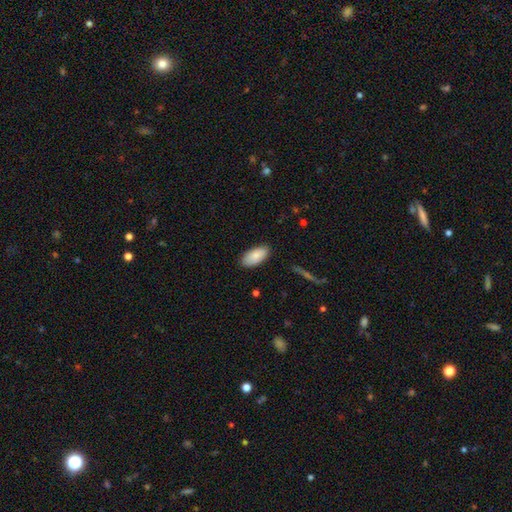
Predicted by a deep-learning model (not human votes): Q: Smooth or featured?
A: smooth (85%); runner-up: featured or disk (9%)
Q: How rounded?
A: in between (93%); runner-up: cigar-shaped (4%)
Q: Merging?
A: none (84%); runner-up: minor disturbance (12%)